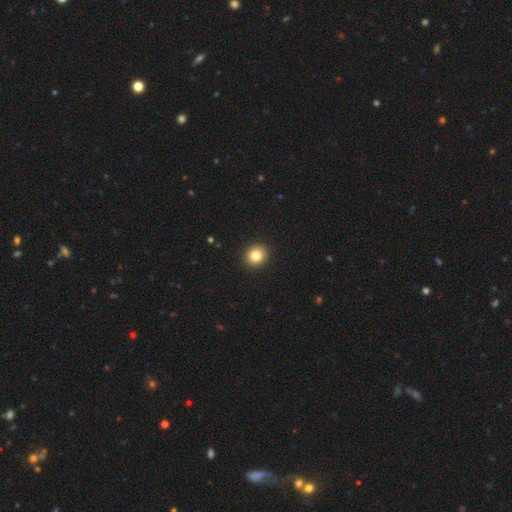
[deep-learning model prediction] smooth-or-featured: smooth: 82% | star or artifact: 10% | featured or disk: 7%
  how-rounded: round: 85% | in between: 14% | cigar-shaped: 1%
  merging: none: 93% | minor disturbance: 5% | major disturbance: 2% | merger: 1%